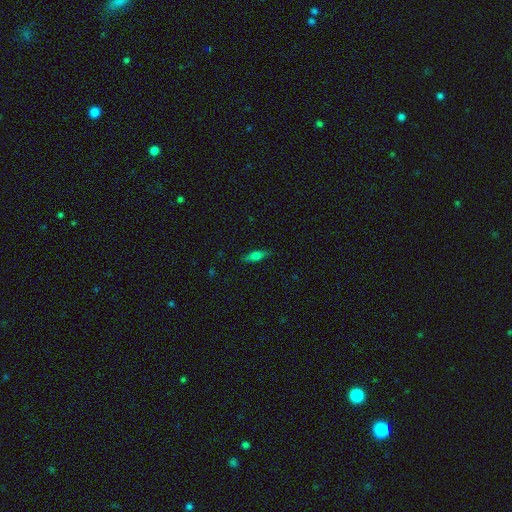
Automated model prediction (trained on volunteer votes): A smooth galaxy with no disk features (66%) that is in between round and cigar-shaped (52%). Merging: none (83%).